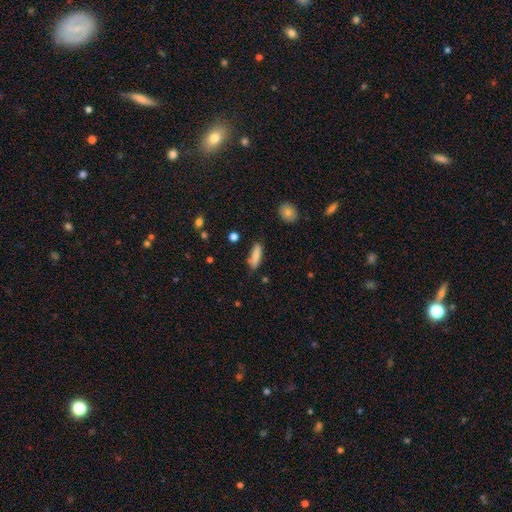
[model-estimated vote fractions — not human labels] smooth-or-featured: smooth: 81% | featured or disk: 12% | star or artifact: 7%
  how-rounded: in between: 55% | cigar-shaped: 43% | round: 3%
  merging: none: 74% | minor disturbance: 18% | major disturbance: 4% | merger: 3%